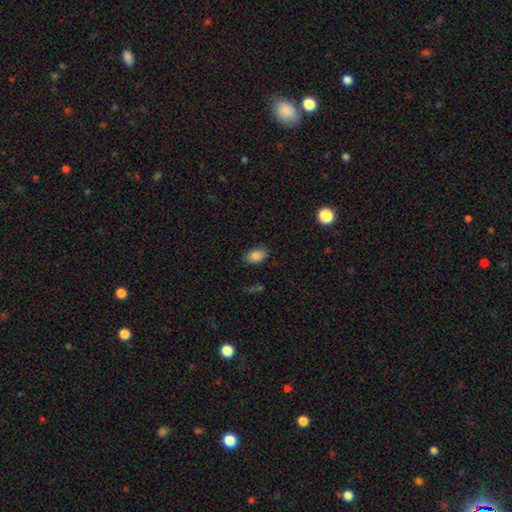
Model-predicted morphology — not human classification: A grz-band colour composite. It shows a smooth galaxy with no disk features (85%) that is in between round and cigar-shaped (90%). Merging: none (85%).